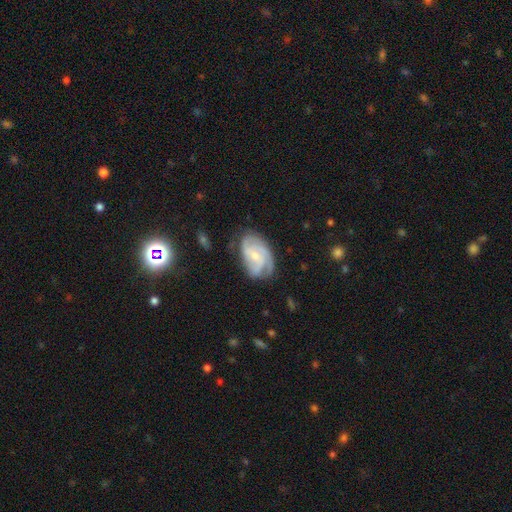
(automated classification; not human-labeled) This is clearly a featured or disk galaxy (83%). It is clearly not viewed edge-on (97%). Bar: possibly no (51%). Spiral arm pattern: clearly yes (96%). Spiral arm count: marginally 3 (42%). Spiral winding: possibly tight (51%). Central bulge: likely small (64%). Merging: likely none (65%).